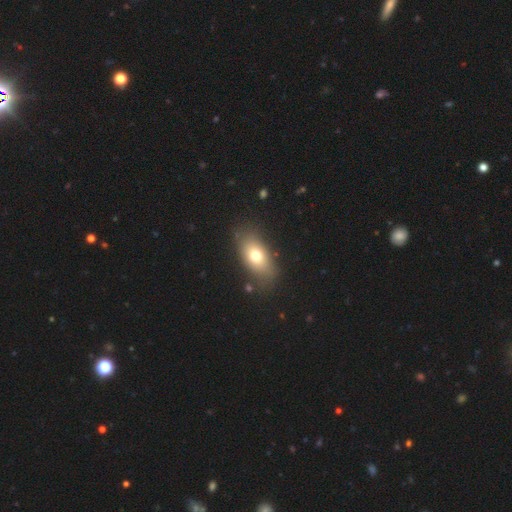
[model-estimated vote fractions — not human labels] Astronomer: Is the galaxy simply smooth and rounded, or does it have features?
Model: smooth — 72%.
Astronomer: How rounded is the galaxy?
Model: in between — 87%.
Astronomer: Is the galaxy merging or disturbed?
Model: none — 78%.